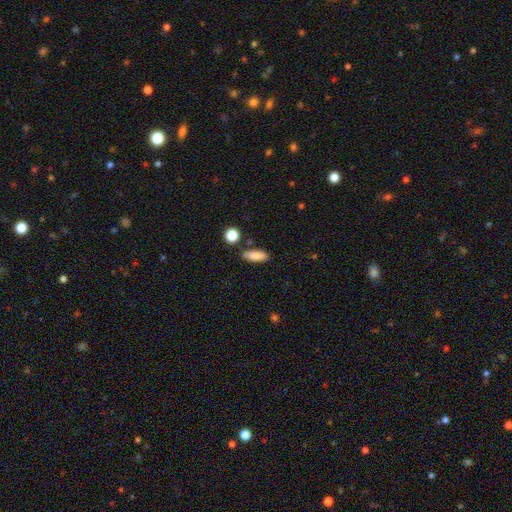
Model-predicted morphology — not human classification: smooth_or_featured: smooth (p=0.86) [alt: star or artifact p=0.08]
how_rounded: in between (p=0.69) [alt: cigar-shaped p=0.27]
merging: none (p=0.78) [alt: minor disturbance p=0.13]